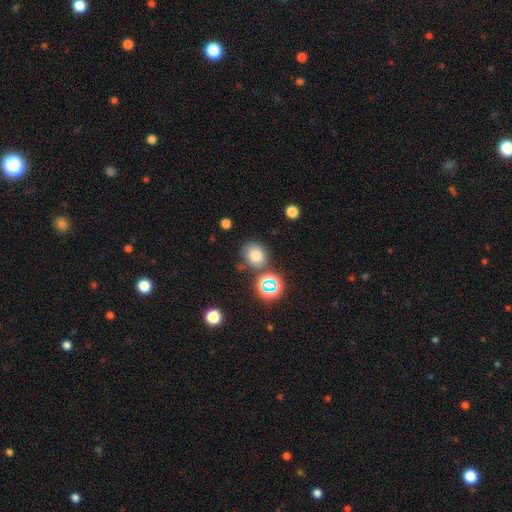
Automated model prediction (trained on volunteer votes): Smooth or featured? smooth (73%)
How rounded? round (56%)
Merging? none (71%)